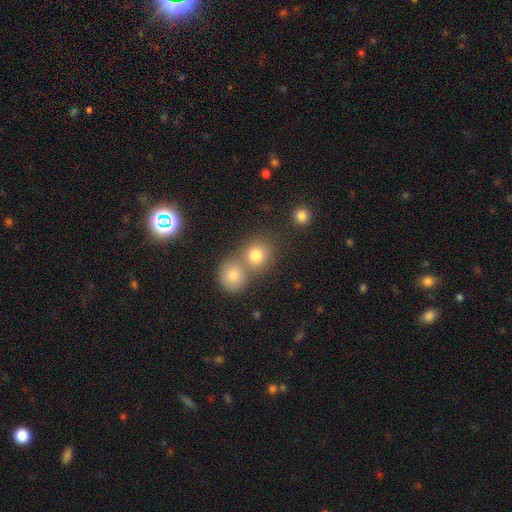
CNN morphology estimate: The model was most divided on "merging": none: 47%, merger: 43%, minor disturbance: 7%, major disturbance: 3%. More confident: how rounded — round (83%); smooth or featured — smooth (77%).